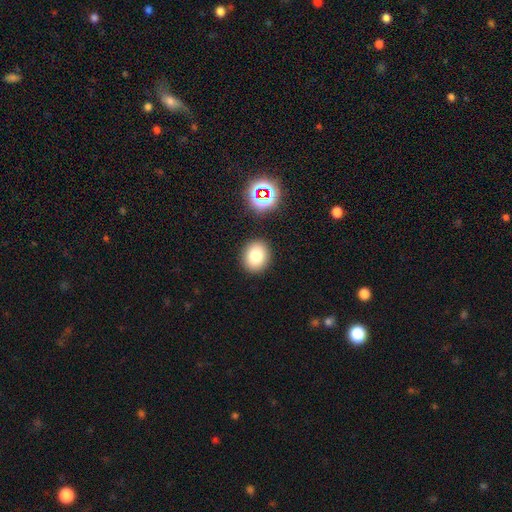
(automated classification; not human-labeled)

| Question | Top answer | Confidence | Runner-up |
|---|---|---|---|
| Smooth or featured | smooth | 80% | star or artifact (12%) |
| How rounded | round | 67% | in between (32%) |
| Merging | none | 88% | minor disturbance (7%) |